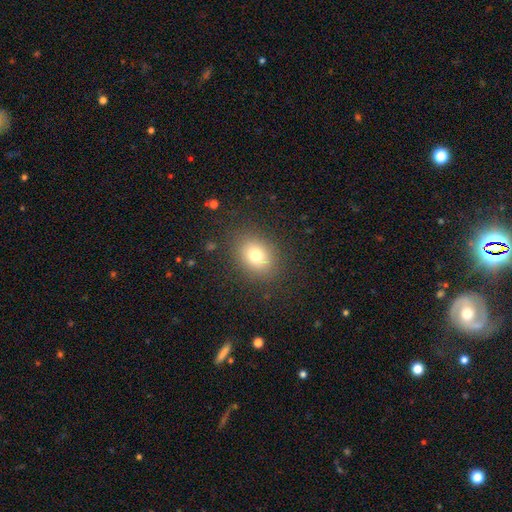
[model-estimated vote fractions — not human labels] A smooth galaxy with no disk features (76%) that is in between round and cigar-shaped (55%).

Vote fractions:
- Smooth or featured? smooth: 76% / star or artifact: 13% / featured or disk: 11%
- How rounded? in between: 55% / round: 44% / cigar-shaped: 1%
- Merging? none: 85% / minor disturbance: 10% / major disturbance: 4% / merger: 1%